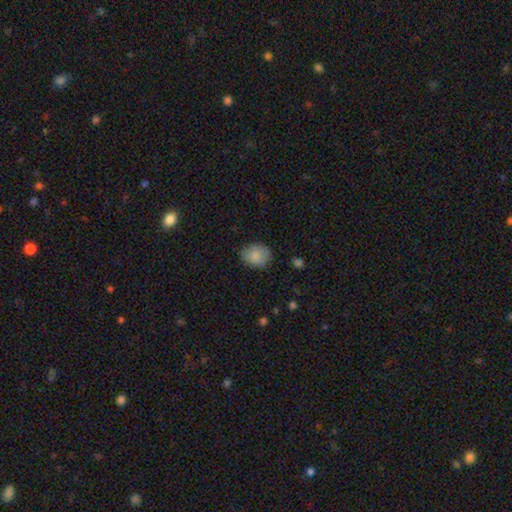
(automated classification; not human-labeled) This is clearly a smooth galaxy (84%). How rounded: possibly round (54%). Merging: clearly none (80%).